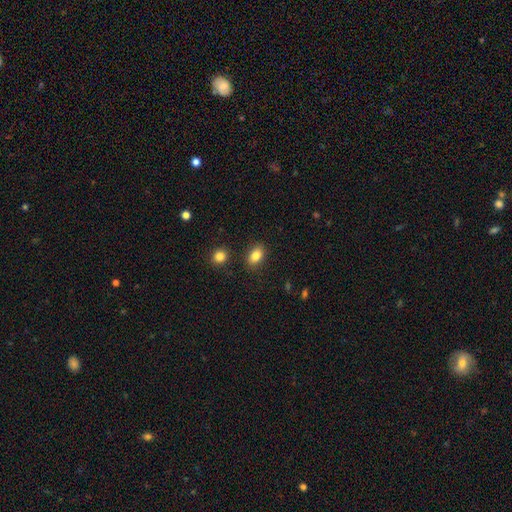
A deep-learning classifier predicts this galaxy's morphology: Q: Smooth or featured?
A: smooth (84%); runner-up: star or artifact (9%)
Q: How rounded?
A: in between (81%); runner-up: round (18%)
Q: Merging?
A: none (85%); runner-up: minor disturbance (9%)